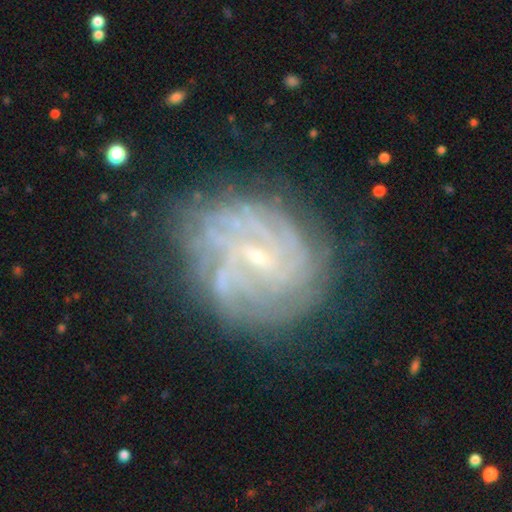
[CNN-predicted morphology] type=featured or disk (80%); edge-on=no (97%); bar=weak (51%); spiral arms=yes (91%); winding=tight (66%); arm count=can't tell (44%); bulge=small (79%); merging=none (69%).